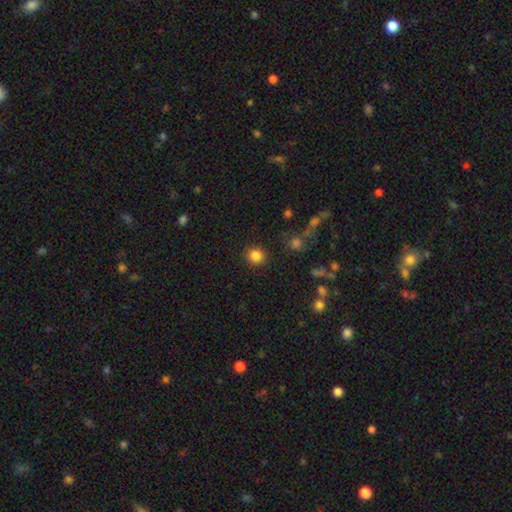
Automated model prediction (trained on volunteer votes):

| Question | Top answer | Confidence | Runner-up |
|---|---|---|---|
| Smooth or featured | smooth | 84% | star or artifact (12%) |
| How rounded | round | 89% | in between (10%) |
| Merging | none | 88% | minor disturbance (7%) |